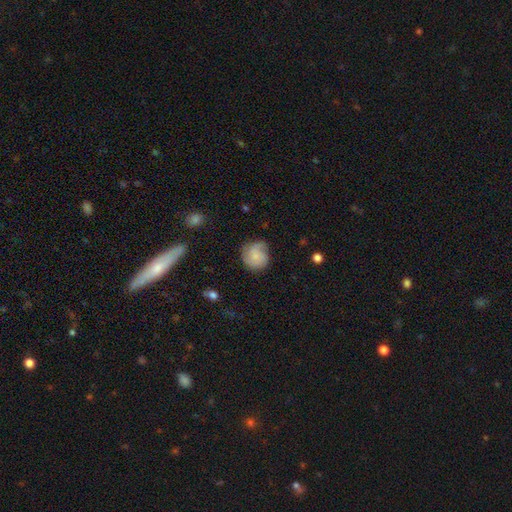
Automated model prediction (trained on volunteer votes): Smooth or featured? Predicted: smooth (p=0.59). How rounded? Predicted: round (p=0.85). Merging? Predicted: none (p=0.60).